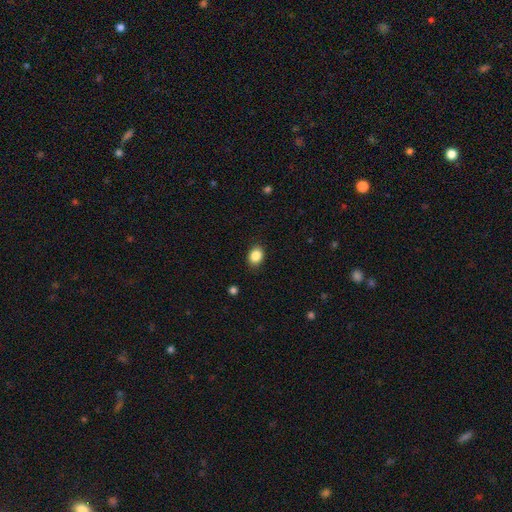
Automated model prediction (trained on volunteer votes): Q: Smooth or featured?
A: smooth (87%); runner-up: star or artifact (9%)
Q: How rounded?
A: in between (63%); runner-up: round (36%)
Q: Merging?
A: none (87%); runner-up: minor disturbance (9%)